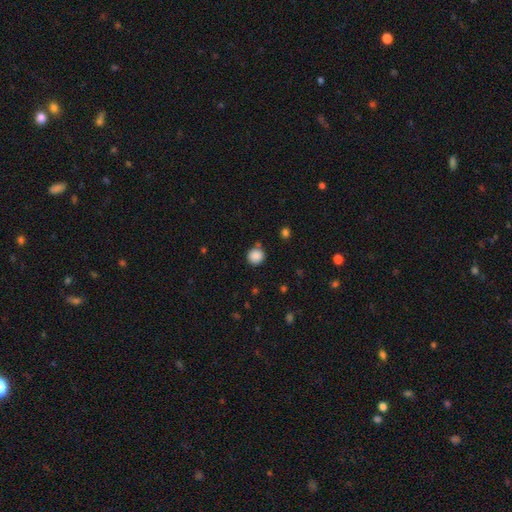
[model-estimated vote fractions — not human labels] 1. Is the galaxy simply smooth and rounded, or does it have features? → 87% smooth, 10% star or artifact, 3% featured or disk.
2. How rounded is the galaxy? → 92% round, 7% in between, 1% cigar-shaped.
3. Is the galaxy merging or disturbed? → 80% none, 11% minor disturbance, 6% merger, 3% major disturbance.